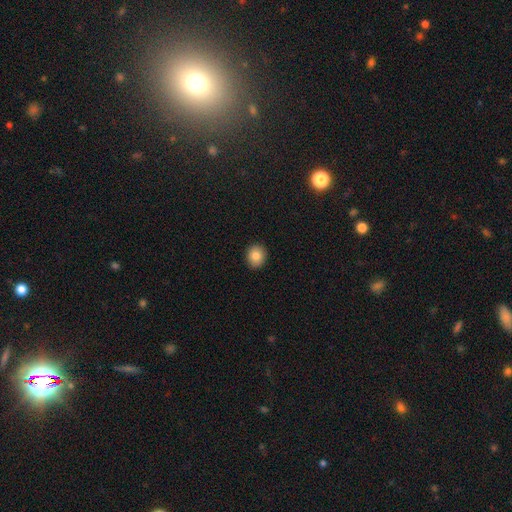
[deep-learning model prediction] Smooth or featured: smooth — 83% (star or artifact — 9%)
How rounded: round — 73% (in between — 27%)
Merging: none — 91% (minor disturbance — 6%)